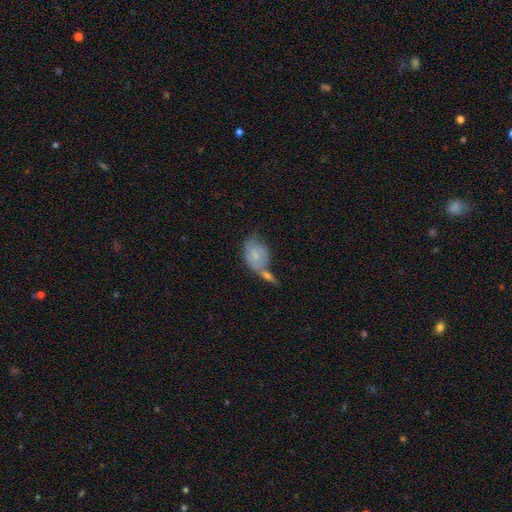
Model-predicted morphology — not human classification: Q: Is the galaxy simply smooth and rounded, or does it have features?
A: smooth — 68%.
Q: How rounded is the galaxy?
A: in between — 72%.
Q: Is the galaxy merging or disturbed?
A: merger — 44%.